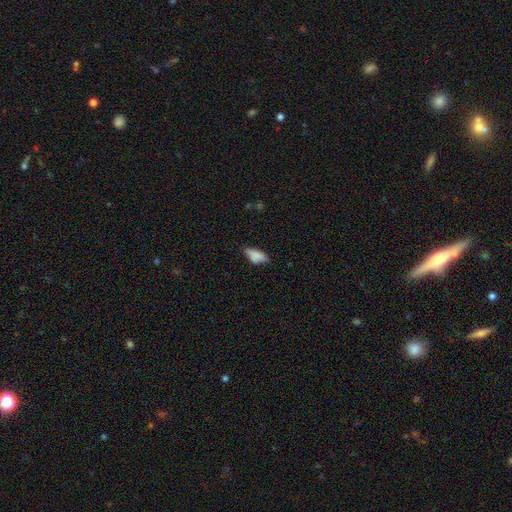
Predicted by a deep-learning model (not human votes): smooth_or_featured: smooth (p=0.79) [alt: featured or disk p=0.13]
how_rounded: in between (p=0.83) [alt: cigar-shaped p=0.14]
merging: none (p=0.54) [alt: minor disturbance p=0.34]